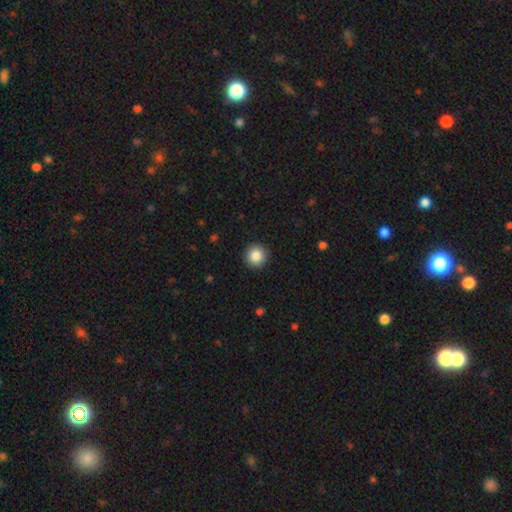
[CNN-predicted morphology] Smooth or featured?
  - smooth: 86% *
  - star or artifact: 9%
  - featured or disk: 5%
How rounded?
  - round: 96% *
  - in between: 4%
  - cigar-shaped: 1%
Merging?
  - none: 93% *
  - minor disturbance: 5%
  - major disturbance: 2%
  - merger: 1%